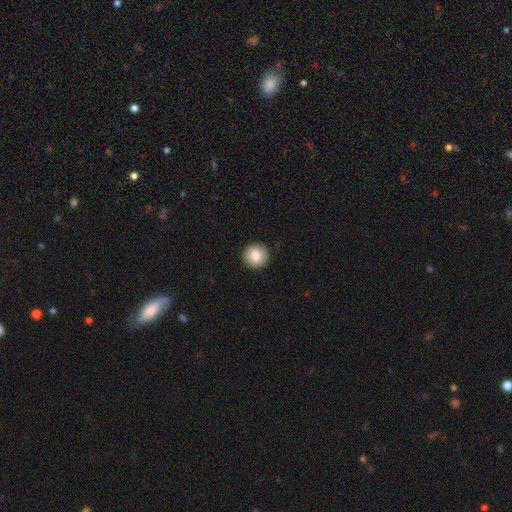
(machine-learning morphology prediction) Smooth or featured: smooth — 83% (featured or disk — 9%)
How rounded: round — 95% (in between — 4%)
Merging: none — 93% (minor disturbance — 5%)